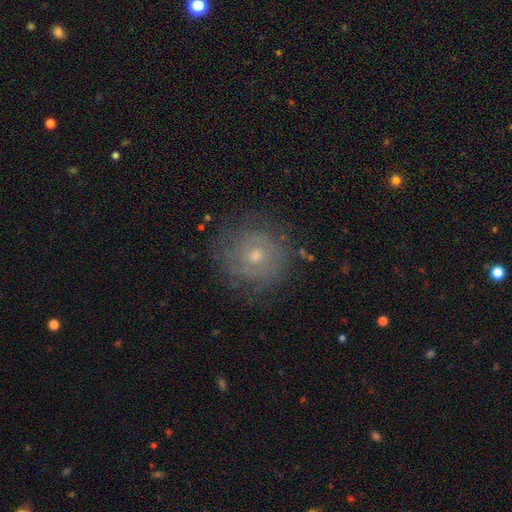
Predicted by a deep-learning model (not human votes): This is possibly a featured or disk galaxy (57%). It is clearly not viewed edge-on (97%). Bar: clearly no (80%). Spiral arm pattern: likely yes (70%). Central bulge: possibly moderate (53%). Merging: likely none (75%).